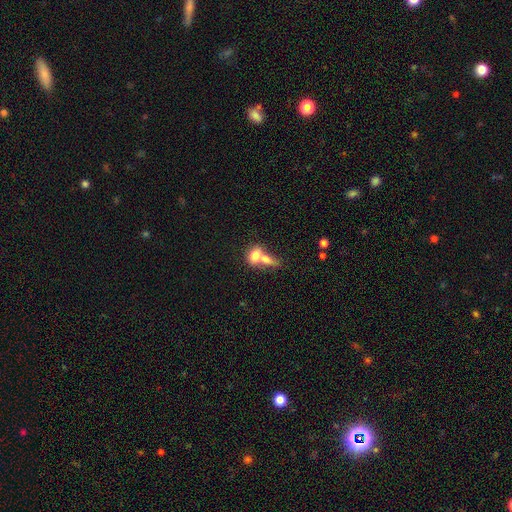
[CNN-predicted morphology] A smooth galaxy with no disk features (74%) that is in between round and cigar-shaped (73%). Merging: merger (68%).